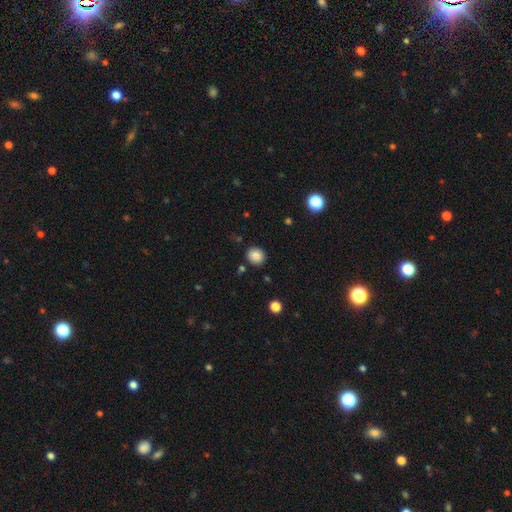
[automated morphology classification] Overall: smooth (86%). How rounded: round (80%). Merging: none (87%).